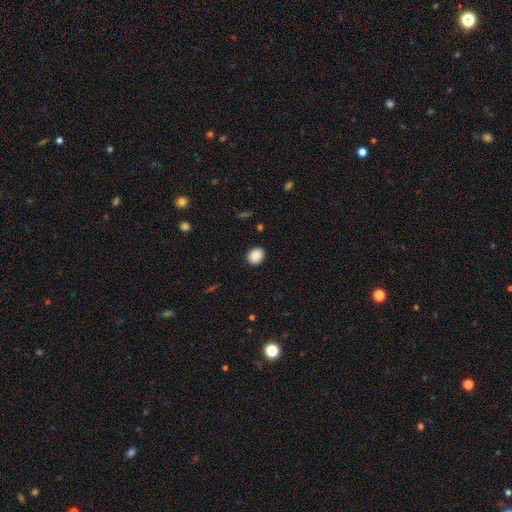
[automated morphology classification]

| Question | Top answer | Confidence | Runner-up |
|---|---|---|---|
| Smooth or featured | smooth | 88% | star or artifact (8%) |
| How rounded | round | 60% | in between (39%) |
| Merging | none | 90% | minor disturbance (7%) |